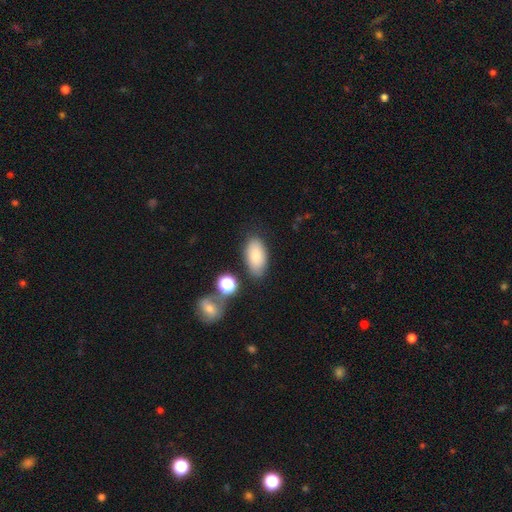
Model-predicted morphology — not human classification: smooth 79%, featured or disk 12%, star or artifact 9%. Down the decision tree: how rounded — in between (93%); merging — none (76%).